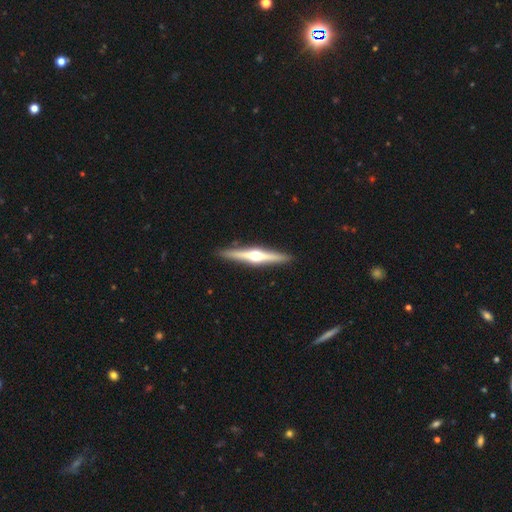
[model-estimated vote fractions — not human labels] This appears to be a featured or disk galaxy (77%) viewed edge-on (98%) with a rounded central bulge (95%). Merging: none (92%).